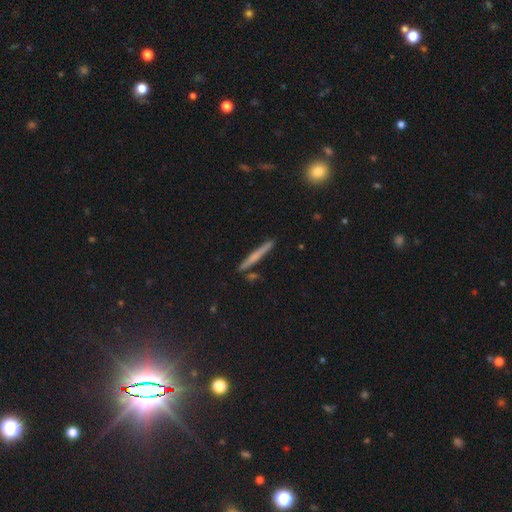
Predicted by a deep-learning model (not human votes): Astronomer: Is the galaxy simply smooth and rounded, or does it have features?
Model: smooth — 47% (runner-up: featured or disk, 45%).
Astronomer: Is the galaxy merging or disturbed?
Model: none — 89%.